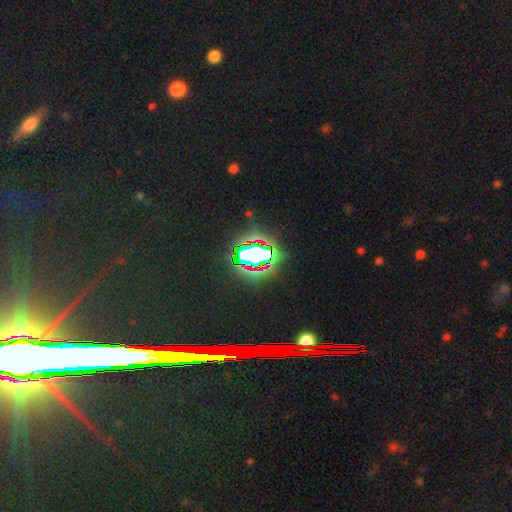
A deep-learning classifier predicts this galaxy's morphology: smooth-or-featured: star or artifact: 67% | smooth: 18% | featured or disk: 15%